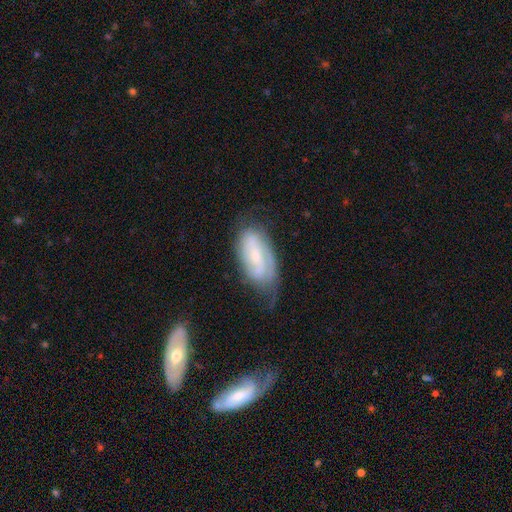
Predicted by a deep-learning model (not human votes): Smooth or featured?
  - featured or disk: 66% *
  - smooth: 27%
  - star or artifact: 7%
Edge-on disk?
  - no: 93% *
  - yes: 7%
Bar?
  - weak: 46% *
  - no: 38%
  - strong: 17%
Spiral arms?
  - yes: 88% *
  - no: 12%
Spiral winding?
  - tight: 48% *
  - medium: 37%
  - loose: 14%
Spiral arm count?
  - 2: 47% *
  - can't tell: 31%
  - 1: 12%
  - 3: 6%
  - 4: 2%
  - more than 4: 2%
Bulge size?
  - small: 55% *
  - moderate: 30%
  - none: 10%
  - large: 3%
  - dominant: 1%
Merging?
  - none: 51% *
  - minor disturbance: 31%
  - major disturbance: 15%
  - merger: 3%